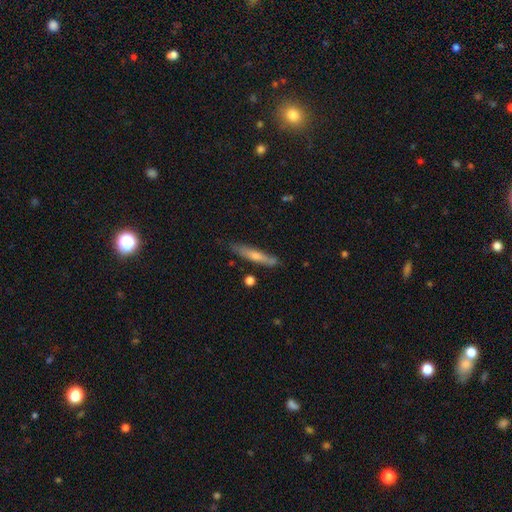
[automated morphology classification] type=smooth (48%); merging=none (79%).